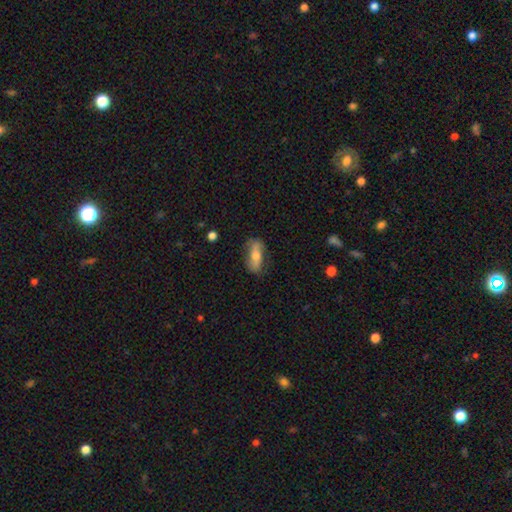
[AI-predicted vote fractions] Q: Smooth or featured?
A: smooth (56%); runner-up: featured or disk (38%)
Q: How rounded?
A: in between (69%); runner-up: cigar-shaped (27%)
Q: Merging?
A: none (73%); runner-up: minor disturbance (20%)